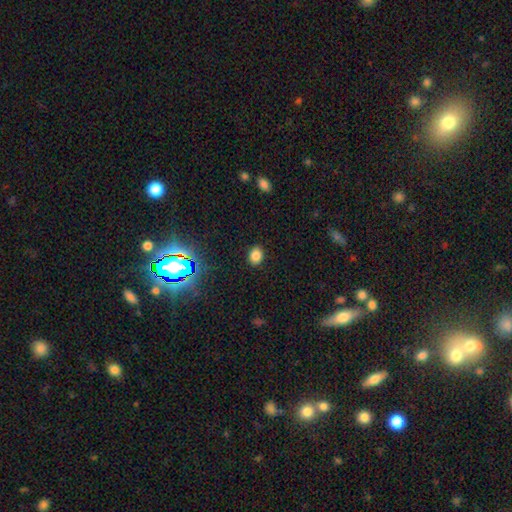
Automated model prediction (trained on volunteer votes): Morphology: type=smooth (79%); roundness=in between (57%); merging=none (89%).